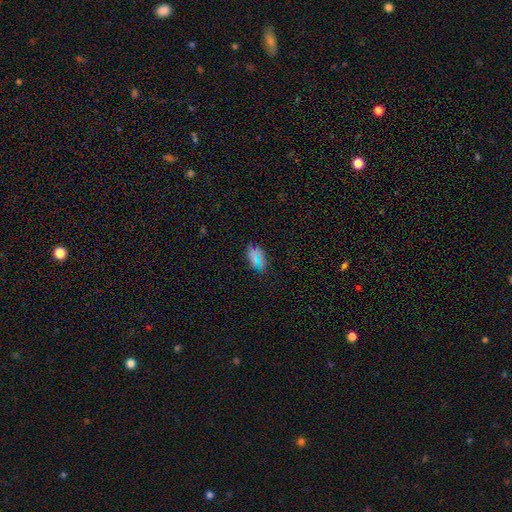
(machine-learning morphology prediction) Smooth or featured?
  - smooth: 52% *
  - star or artifact: 34%
  - featured or disk: 14%
How rounded?
  - in between: 83% *
  - round: 10%
  - cigar-shaped: 6%
Merging?
  - none: 76% *
  - minor disturbance: 15%
  - major disturbance: 5%
  - merger: 3%